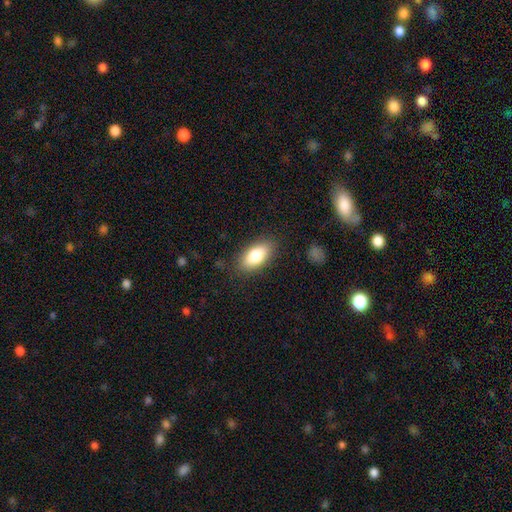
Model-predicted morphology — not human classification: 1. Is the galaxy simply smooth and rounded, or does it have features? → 81% smooth, 12% featured or disk, 7% star or artifact.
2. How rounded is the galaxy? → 89% in between, 7% cigar-shaped, 4% round.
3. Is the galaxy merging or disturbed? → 85% none, 11% minor disturbance, 3% major disturbance, 1% merger.